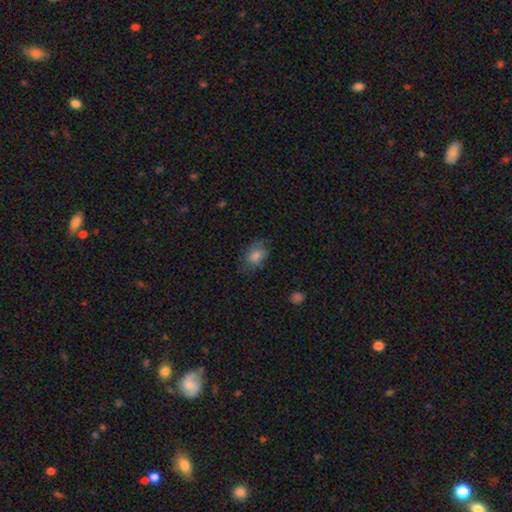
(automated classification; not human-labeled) Overall: smooth (74%). How rounded: in between (76%). Merging: none (71%).